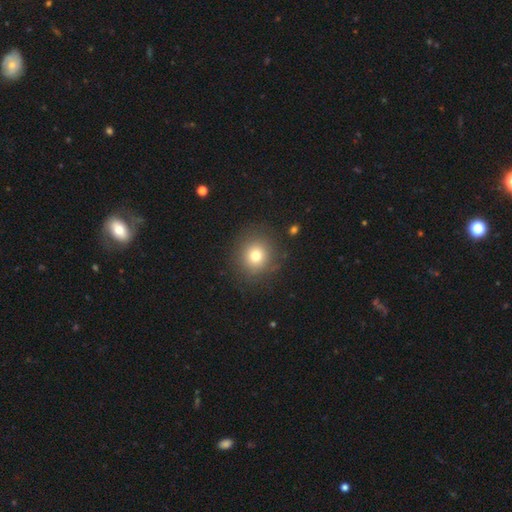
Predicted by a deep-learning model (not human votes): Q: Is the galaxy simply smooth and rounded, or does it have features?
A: smooth — 77%.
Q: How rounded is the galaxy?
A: round — 90%.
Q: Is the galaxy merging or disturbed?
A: none — 86%.